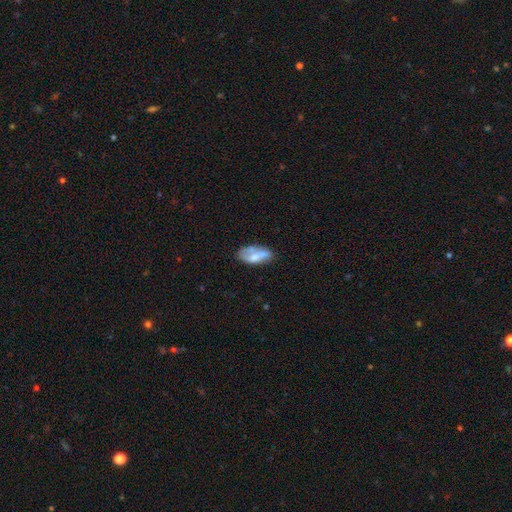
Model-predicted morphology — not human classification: The model was most divided on "merging": none: 44%, minor disturbance: 29%, major disturbance: 14%, merger: 13%. More confident: how rounded — in between (89%); smooth or featured — smooth (56%).